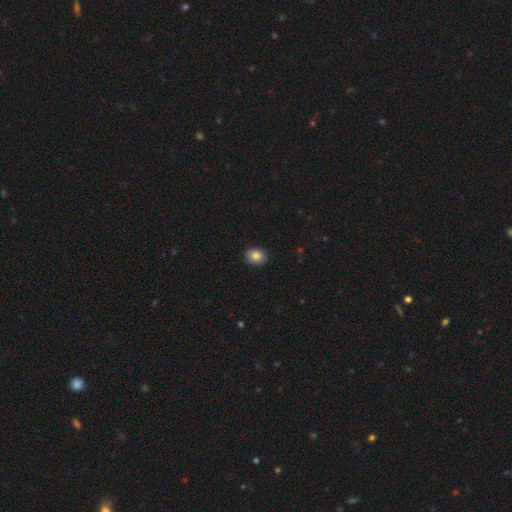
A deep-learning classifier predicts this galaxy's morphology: The model was most divided on "how rounded": in between: 51%, round: 48%, cigar-shaped: 1%. More confident: merging — none (87%); smooth or featured — smooth (86%).